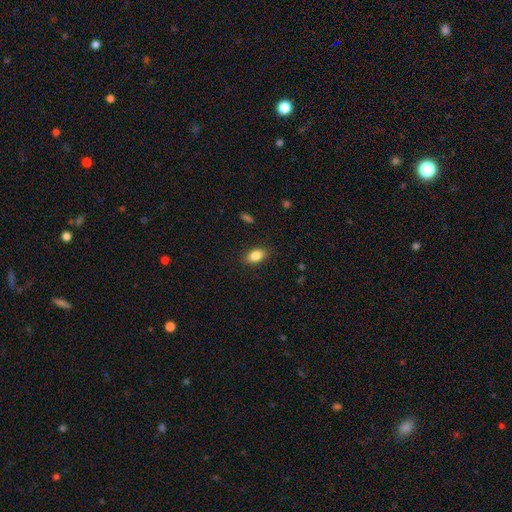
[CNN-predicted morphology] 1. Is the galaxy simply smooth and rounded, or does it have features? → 86% smooth, 8% star or artifact, 6% featured or disk.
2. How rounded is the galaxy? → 87% in between, 10% round, 2% cigar-shaped.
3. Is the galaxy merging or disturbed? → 86% none, 10% minor disturbance, 3% major disturbance, 1% merger.